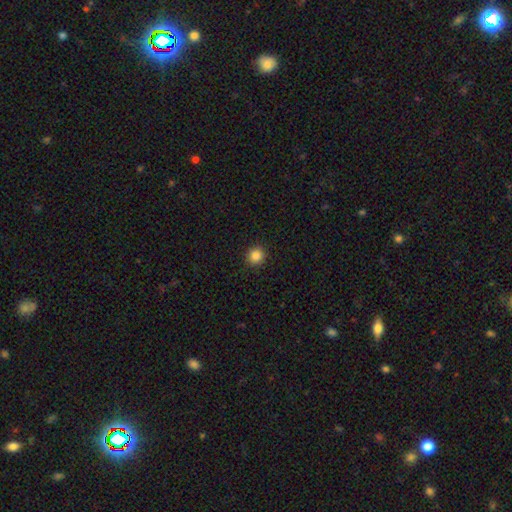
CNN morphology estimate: smooth_or_featured: smooth (p=0.86) [alt: star or artifact p=0.11]
how_rounded: round (p=0.93) [alt: in between p=0.06]
merging: none (p=0.92) [alt: minor disturbance p=0.05]